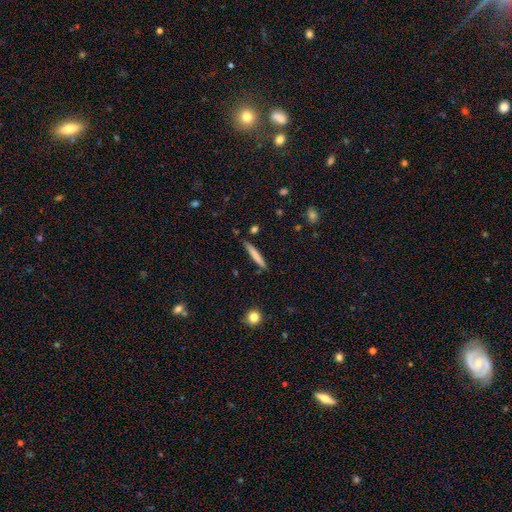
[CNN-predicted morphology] This appears to be a smooth galaxy with no disk features (71%) that is cigar-shaped (95%). Merging: none (85%).